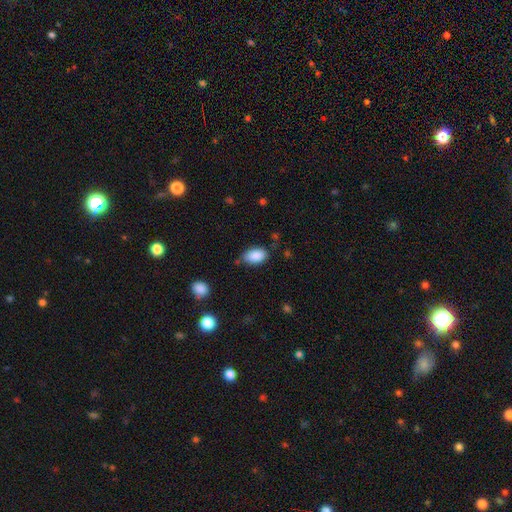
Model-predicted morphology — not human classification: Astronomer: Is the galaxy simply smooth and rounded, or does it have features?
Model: smooth — 89%.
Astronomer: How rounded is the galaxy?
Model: in between — 92%.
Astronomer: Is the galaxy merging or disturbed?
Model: none — 74%.